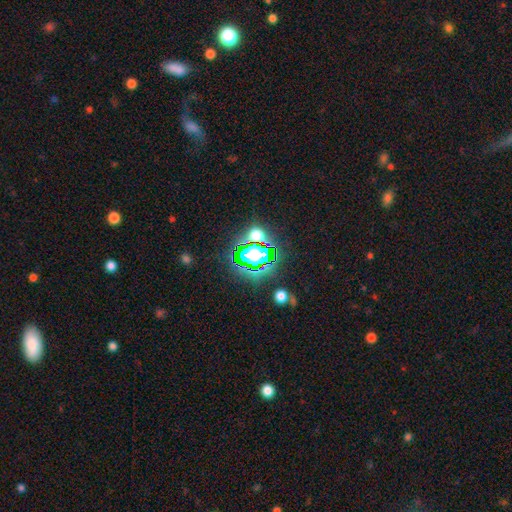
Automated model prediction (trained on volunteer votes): smooth_or_featured: star or artifact (p=0.79) [alt: smooth p=0.13]